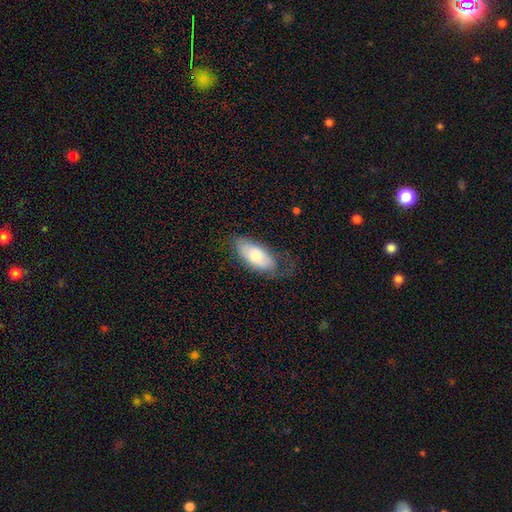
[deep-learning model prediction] A smooth galaxy with no disk features (69%) that is in between round and cigar-shaped (89%). Merging: none (59%).